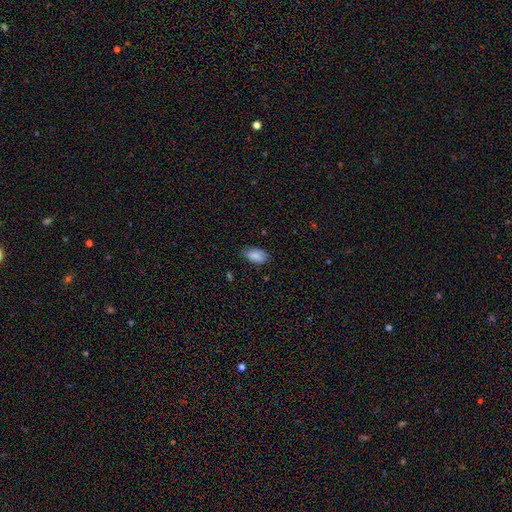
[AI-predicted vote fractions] smooth_or_featured: smooth (p=0.87) [alt: star or artifact p=0.07]
how_rounded: in between (p=0.93) [alt: round p=0.04]
merging: none (p=0.74) [alt: minor disturbance p=0.21]